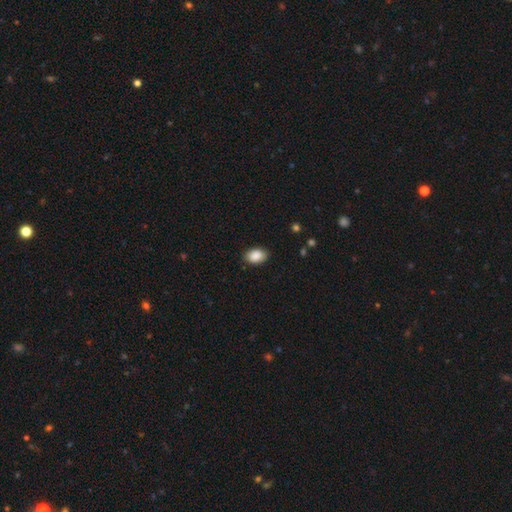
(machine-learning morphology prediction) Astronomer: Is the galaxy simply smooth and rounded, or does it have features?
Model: smooth — 90%.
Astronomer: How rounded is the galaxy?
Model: in between — 86%.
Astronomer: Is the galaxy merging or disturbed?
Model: none — 87%.